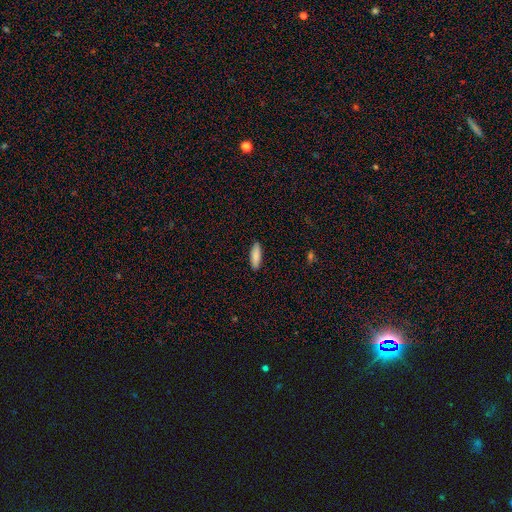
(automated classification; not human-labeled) Morphology: type=smooth (88%); roundness=in between (49%, tied with cigar-shaped); merging=none (90%).